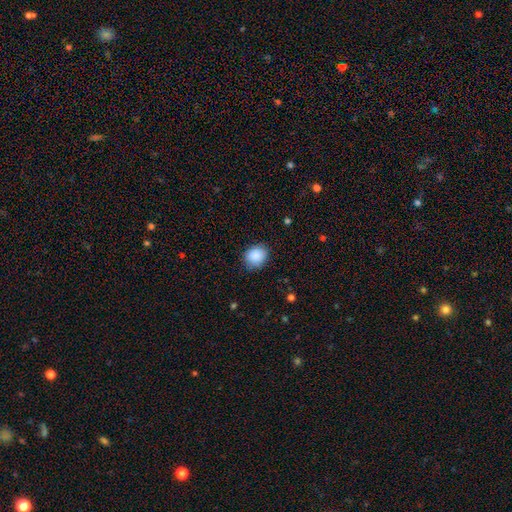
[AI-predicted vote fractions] Smooth or featured?
  - smooth: 89% *
  - star or artifact: 8%
  - featured or disk: 4%
How rounded?
  - round: 68% *
  - in between: 31%
  - cigar-shaped: 1%
Merging?
  - none: 84% *
  - minor disturbance: 12%
  - major disturbance: 3%
  - merger: 1%